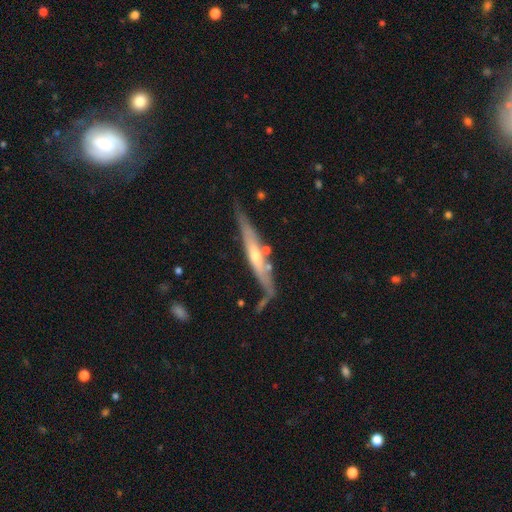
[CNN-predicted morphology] smooth_or_featured: featured or disk (p=0.76) [alt: smooth p=0.18]
disk_edge_on: yes (p=0.86) [alt: no p=0.14]
edge_on_bulge: rounded (p=0.66) [alt: none p=0.26]
merging: none (p=0.67) [alt: minor disturbance p=0.21]